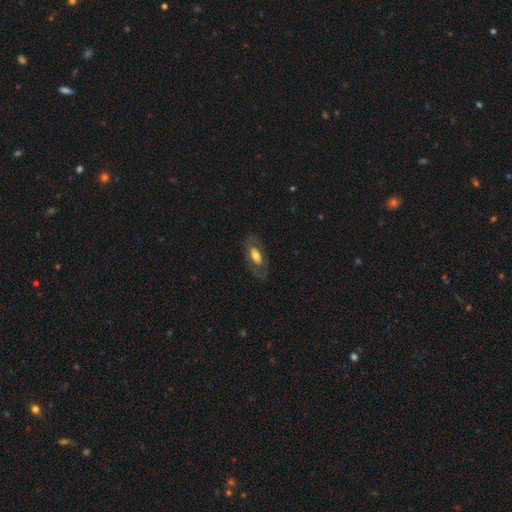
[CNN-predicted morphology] smooth_or_featured: smooth (p=0.56) [alt: featured or disk p=0.37]
how_rounded: in between (p=0.86) [alt: cigar-shaped p=0.09]
merging: none (p=0.76) [alt: minor disturbance p=0.14]